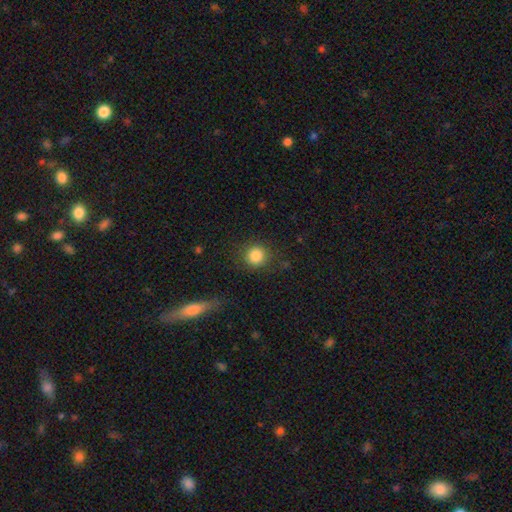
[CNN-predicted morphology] Smooth or featured? smooth (85%)
How rounded? round (90%)
Merging? none (84%)